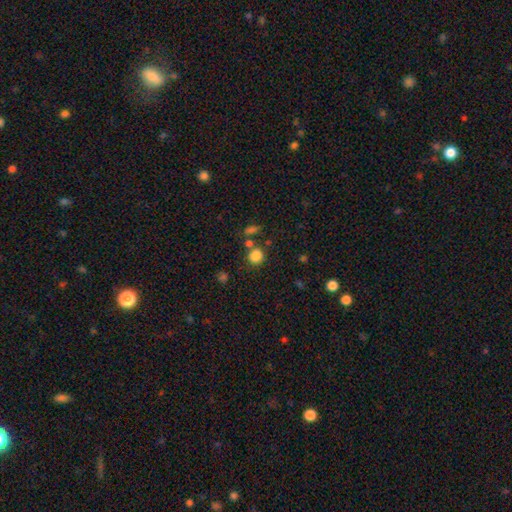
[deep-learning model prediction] Smooth or featured: smooth — 82% (star or artifact — 13%)
How rounded: round — 76% (in between — 23%)
Merging: none — 68% (merger — 15%)